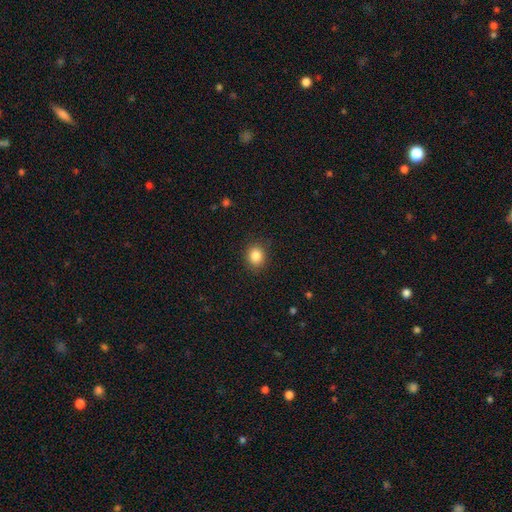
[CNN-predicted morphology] This is clearly a smooth galaxy (85%). How rounded: likely round (78%). Merging: clearly none (89%).